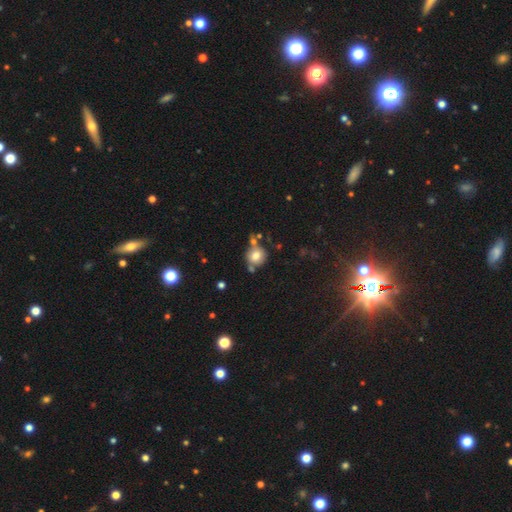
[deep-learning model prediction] Overall: smooth (76%). How rounded: round (85%). Merging: none (60%).